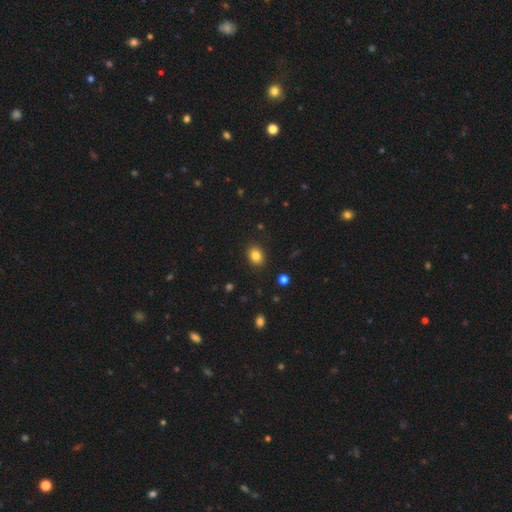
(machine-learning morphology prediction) smooth 84%, star or artifact 10%, featured or disk 6%. Down the decision tree: how rounded — in between (59%); merging — none (89%).